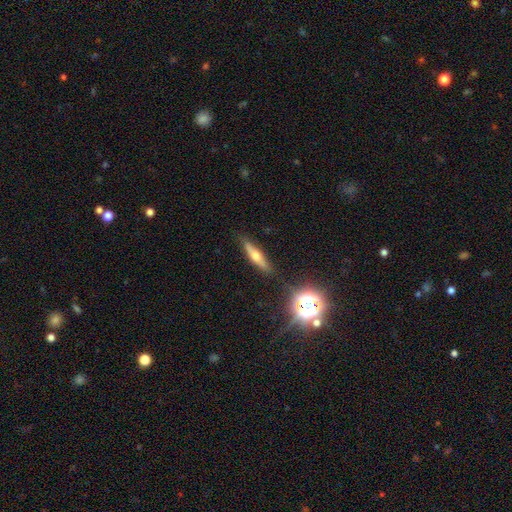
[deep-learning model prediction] Morphology: type=featured or disk (52%); edge-on=yes (91%); merging=none (85%).